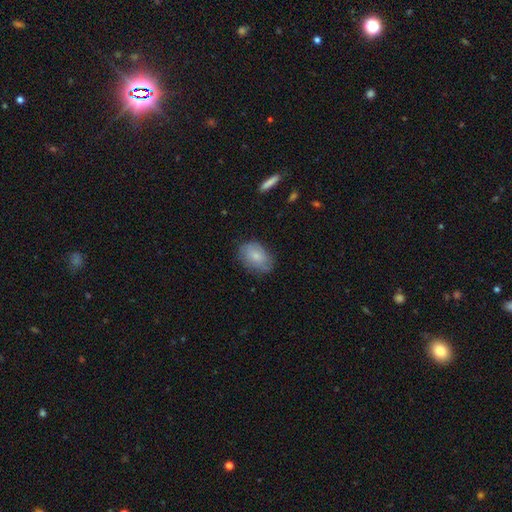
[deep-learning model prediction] smooth_or_featured: smooth (p=0.71) [alt: featured or disk p=0.22]
how_rounded: in between (p=0.82) [alt: round p=0.16]
merging: none (p=0.71) [alt: minor disturbance p=0.22]